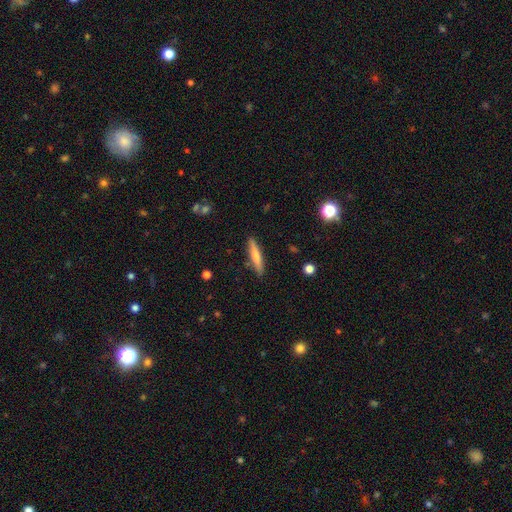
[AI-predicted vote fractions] This appears to be a smooth galaxy with no disk features (67%) that is cigar-shaped (90%). Merging: none (88%).